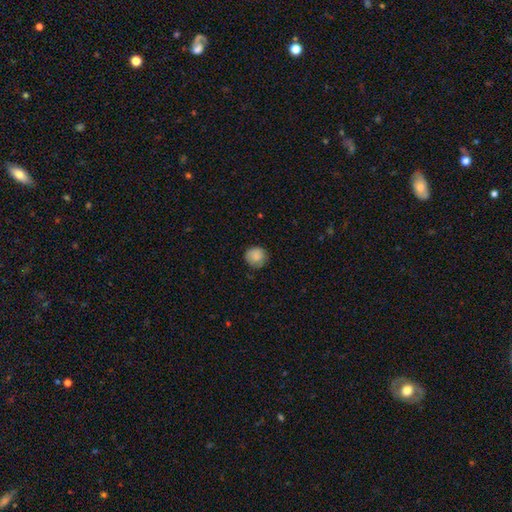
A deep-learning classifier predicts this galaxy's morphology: Q: Smooth or featured?
A: smooth (84%); runner-up: star or artifact (8%)
Q: How rounded?
A: round (91%); runner-up: in between (8%)
Q: Merging?
A: none (77%); runner-up: minor disturbance (18%)